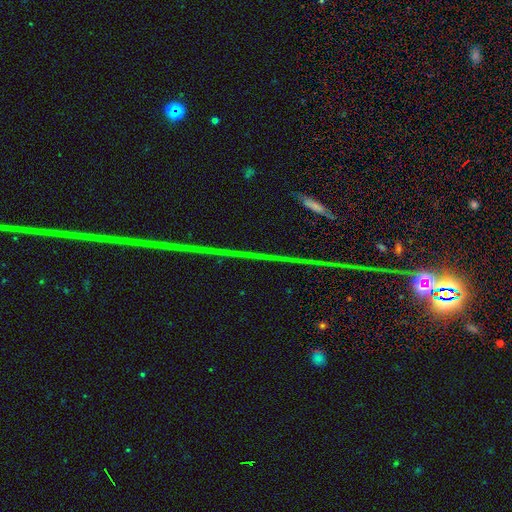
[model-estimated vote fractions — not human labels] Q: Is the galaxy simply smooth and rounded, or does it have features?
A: star or artifact — 86%.